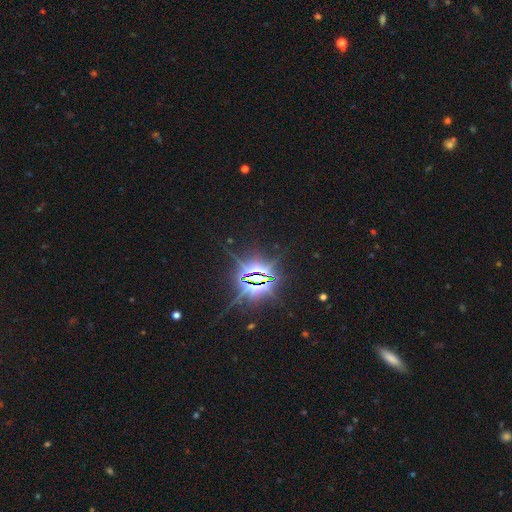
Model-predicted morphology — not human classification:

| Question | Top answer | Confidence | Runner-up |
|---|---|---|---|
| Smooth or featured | star or artifact | 86% | smooth (7%) |